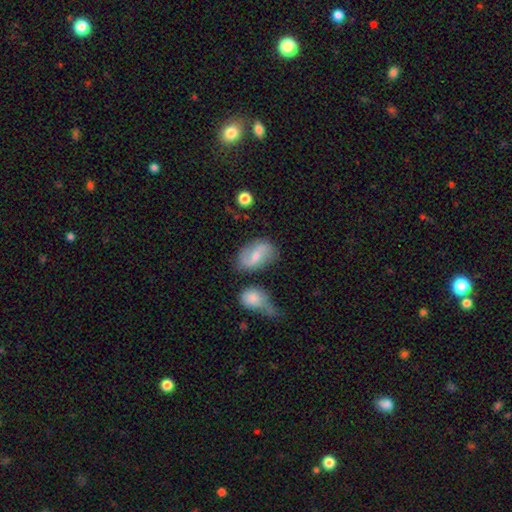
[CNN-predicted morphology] Smooth or featured: featured or disk — 53% (smooth — 40%)
Edge-on disk: no — 94% (yes — 6%)
Merging: none — 69% (minor disturbance — 17%)